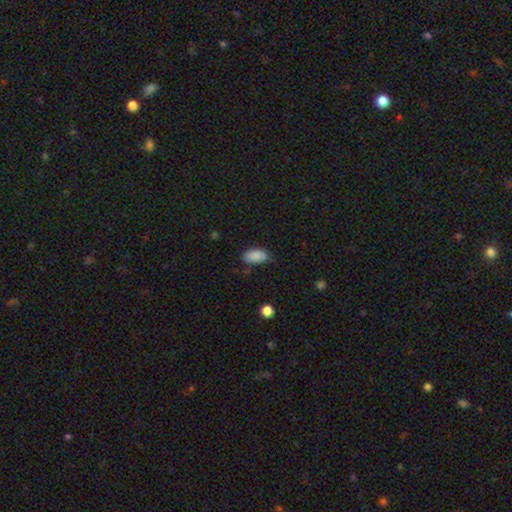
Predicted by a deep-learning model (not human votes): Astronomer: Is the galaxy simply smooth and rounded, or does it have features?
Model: smooth — 85%.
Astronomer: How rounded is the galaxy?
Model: in between — 93%.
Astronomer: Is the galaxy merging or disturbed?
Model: none — 68%.